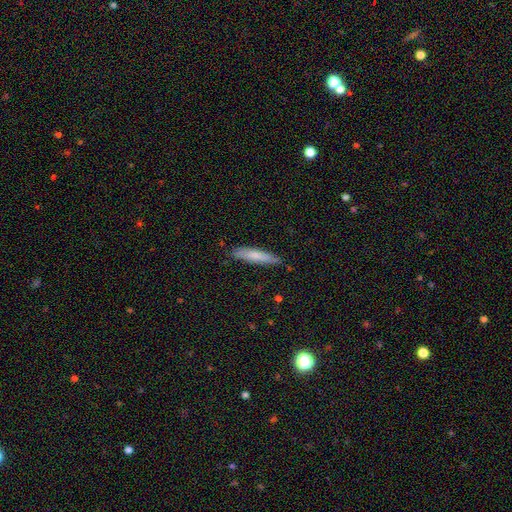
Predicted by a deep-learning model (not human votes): smooth-or-featured: smooth: 72% | featured or disk: 22% | star or artifact: 6%
  how-rounded: cigar-shaped: 88% | in between: 11% | round: 1%
  merging: none: 84% | minor disturbance: 12% | major disturbance: 2% | merger: 1%